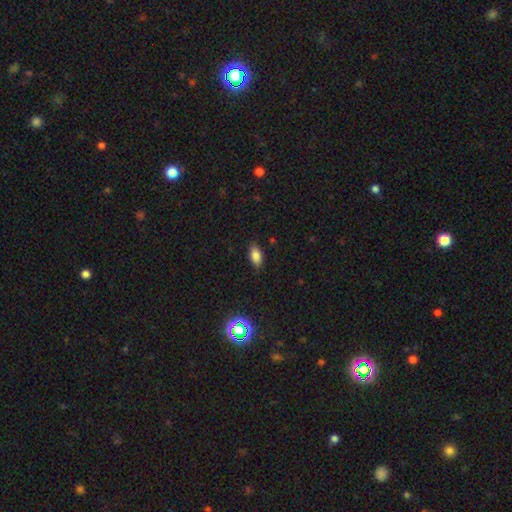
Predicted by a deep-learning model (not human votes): smooth 82%, star or artifact 10%, featured or disk 8%. Down the decision tree: how rounded — in between (89%); merging — none (85%).